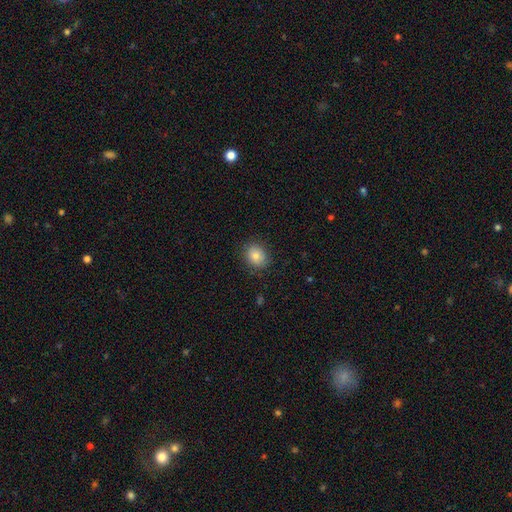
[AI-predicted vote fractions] smooth_or_featured: smooth (p=0.81) [alt: star or artifact p=0.10]
how_rounded: round (p=0.61) [alt: in between p=0.38]
merging: none (p=0.86) [alt: minor disturbance p=0.10]